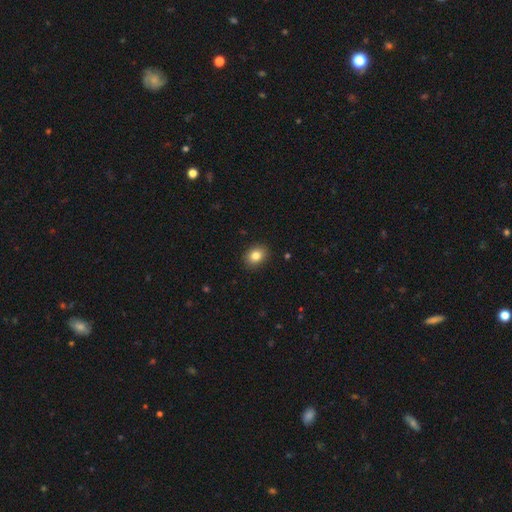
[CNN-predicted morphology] smooth-or-featured: smooth: 83% | star or artifact: 10% | featured or disk: 7%
  how-rounded: in between: 52% | round: 47% | cigar-shaped: 1%
  merging: none: 90% | minor disturbance: 7% | major disturbance: 2% | merger: 1%